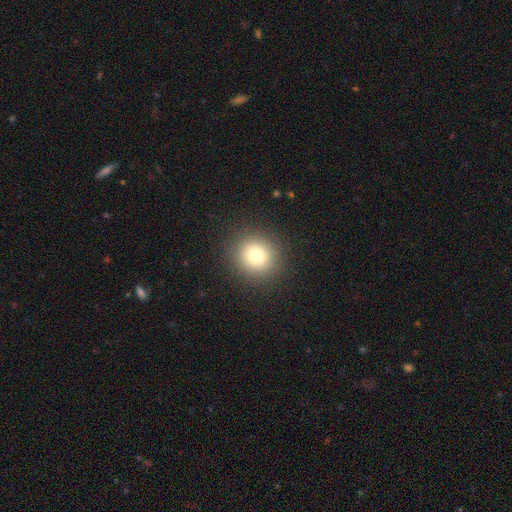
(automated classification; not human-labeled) Morphology: type=smooth (78%); roundness=round (91%); merging=none (91%).